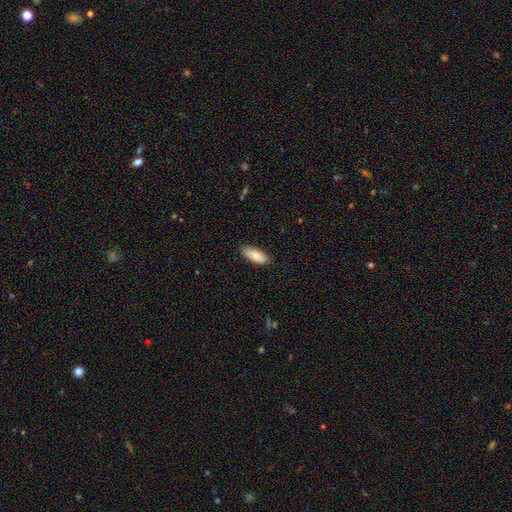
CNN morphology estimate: type=smooth (87%); roundness=in between (85%); merging=none (85%).